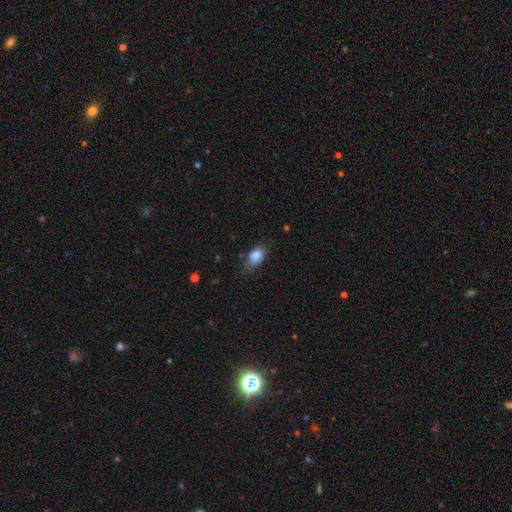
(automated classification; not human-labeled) Smooth or featured: smooth — 86% (star or artifact — 8%)
How rounded: in between — 86% (round — 10%)
Merging: none — 65% (minor disturbance — 27%)